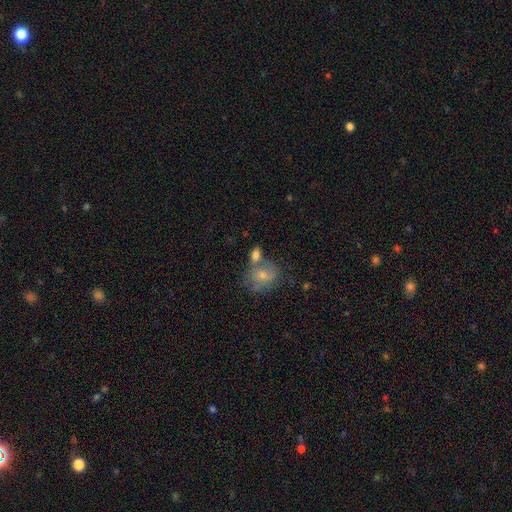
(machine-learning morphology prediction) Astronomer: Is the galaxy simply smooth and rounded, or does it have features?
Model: smooth — 72%.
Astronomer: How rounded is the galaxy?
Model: in between — 65%.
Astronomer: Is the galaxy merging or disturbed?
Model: merger — 43% (runner-up: none, 38%).